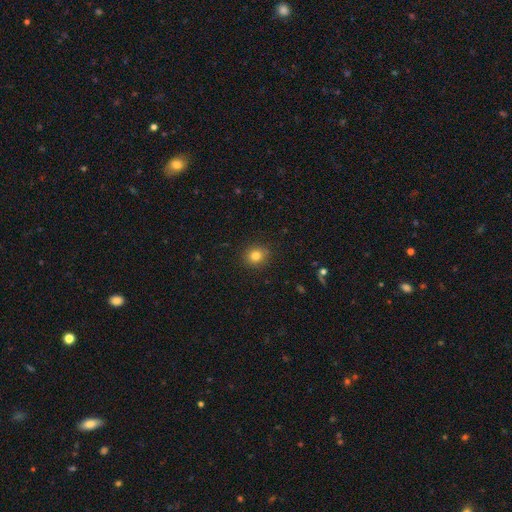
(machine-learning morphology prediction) The model was most divided on "how rounded": round: 82%, in between: 17%, cigar-shaped: 1%. More confident: merging — none (89%); smooth or featured — smooth (81%).